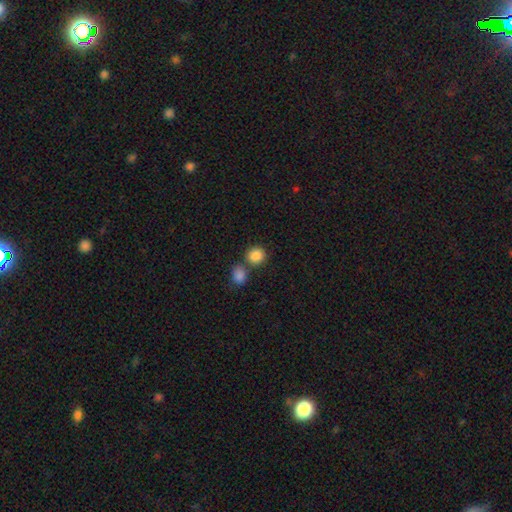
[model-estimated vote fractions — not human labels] Smooth or featured?
  - smooth: 87% *
  - star or artifact: 8%
  - featured or disk: 4%
How rounded?
  - round: 80% *
  - in between: 19%
  - cigar-shaped: 1%
Merging?
  - none: 57% *
  - merger: 30%
  - minor disturbance: 9%
  - major disturbance: 3%